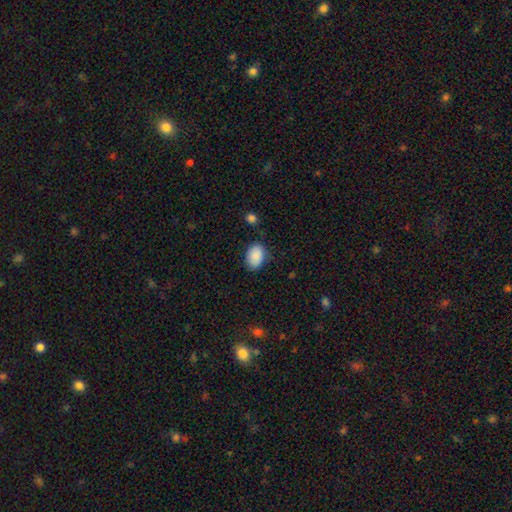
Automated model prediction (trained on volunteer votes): A smooth galaxy with no disk features (89%) that is in between round and cigar-shaped (87%). Merging: none (78%).